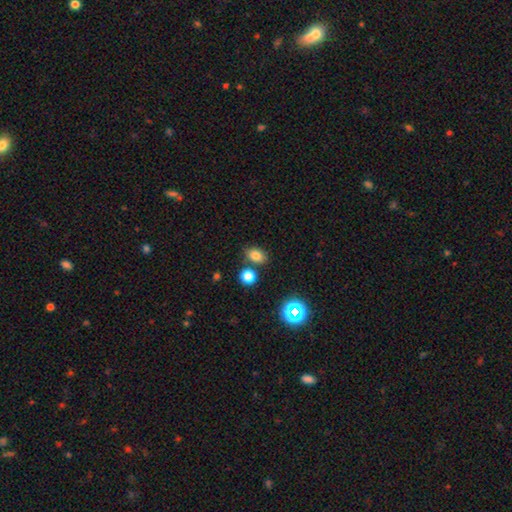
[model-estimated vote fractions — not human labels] This is likely a smooth galaxy (78%). How rounded: likely in between (70%). Merging: likely none (74%).